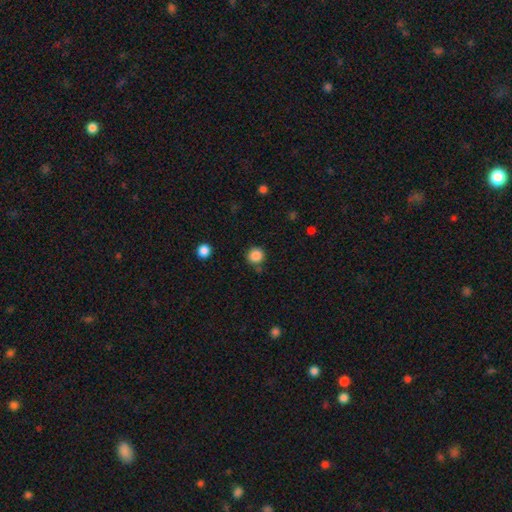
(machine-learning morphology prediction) Smooth or featured? Predicted: smooth (p=0.87). How rounded? Predicted: round (p=0.93). Merging? Predicted: none (p=0.83).